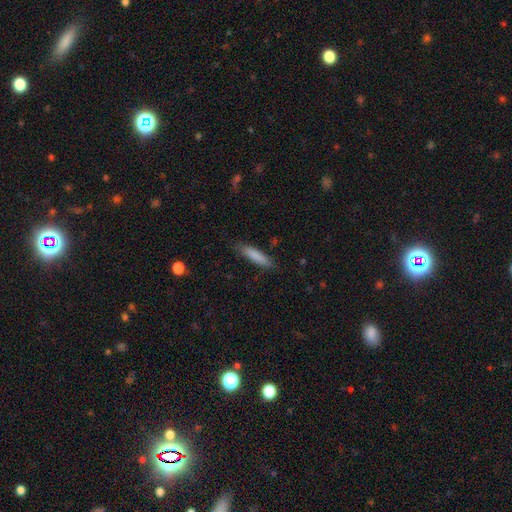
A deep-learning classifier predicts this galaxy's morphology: smooth-or-featured: smooth: 83% | featured or disk: 11% | star or artifact: 6%
  how-rounded: cigar-shaped: 82% | in between: 17% | round: 1%
  merging: none: 84% | minor disturbance: 12% | major disturbance: 2% | merger: 1%